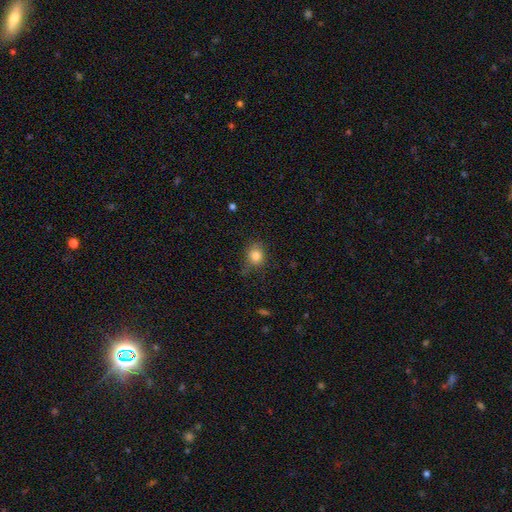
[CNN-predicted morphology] smooth 82%, star or artifact 11%, featured or disk 7%. Down the decision tree: how rounded — round (72%); merging — none (69%).